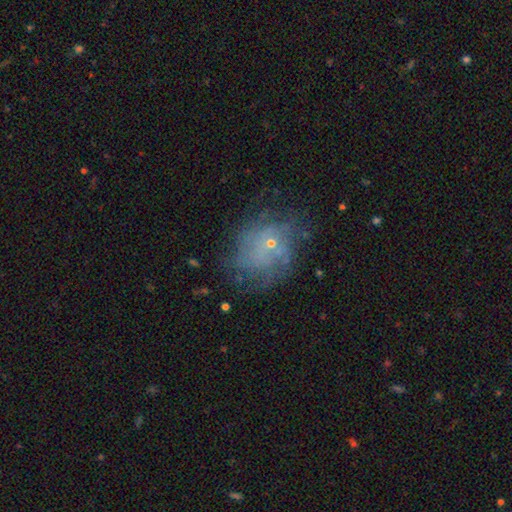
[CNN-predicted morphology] A featured or disk galaxy (56%) with no bar (83%), spiral arms (62%) and a small central bulge (75%). Merging: none (58%).